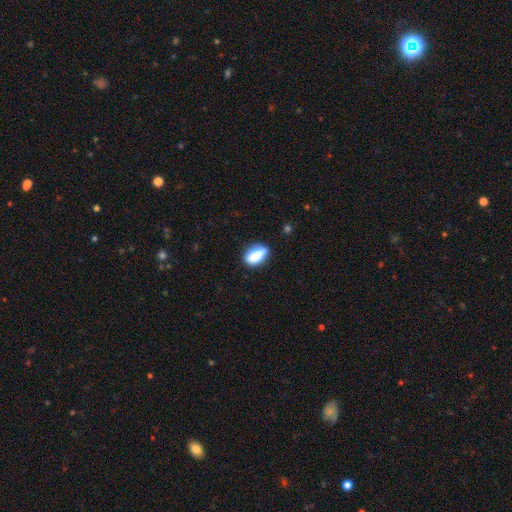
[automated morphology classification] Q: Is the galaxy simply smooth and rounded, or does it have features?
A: smooth — 82%.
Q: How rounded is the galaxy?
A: in between — 83%.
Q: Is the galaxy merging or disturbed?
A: none — 71%.